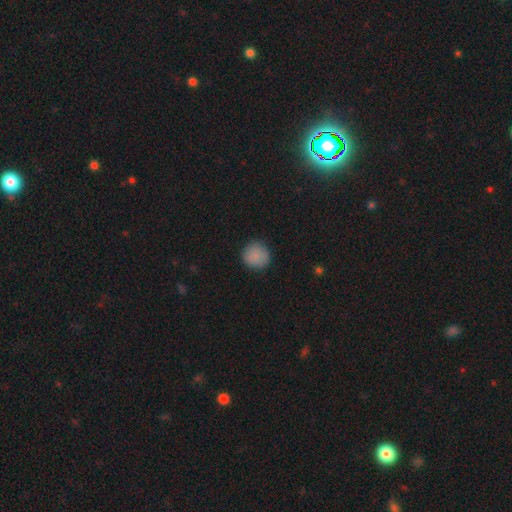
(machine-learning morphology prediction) type=smooth (87%); roundness=round (93%); merging=none (88%).